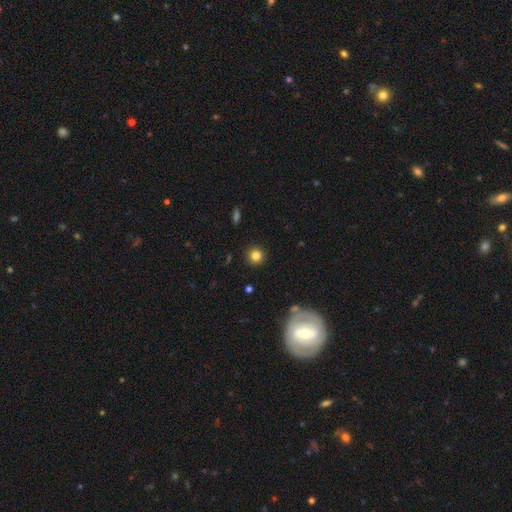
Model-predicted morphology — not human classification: Smooth or featured? Predicted: smooth (p=0.82). How rounded? Predicted: round (p=0.94). Merging? Predicted: none (p=0.92).